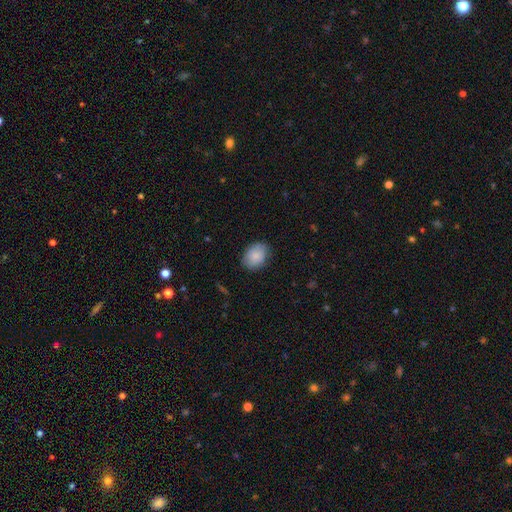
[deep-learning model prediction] A smooth galaxy with no disk features (86%) that is in between round and cigar-shaped (70%).

Vote fractions:
- Smooth or featured? smooth: 86% / featured or disk: 7% / star or artifact: 7%
- How rounded? in between: 70% / round: 29% / cigar-shaped: 1%
- Merging? none: 82% / minor disturbance: 14% / major disturbance: 3% / merger: 1%